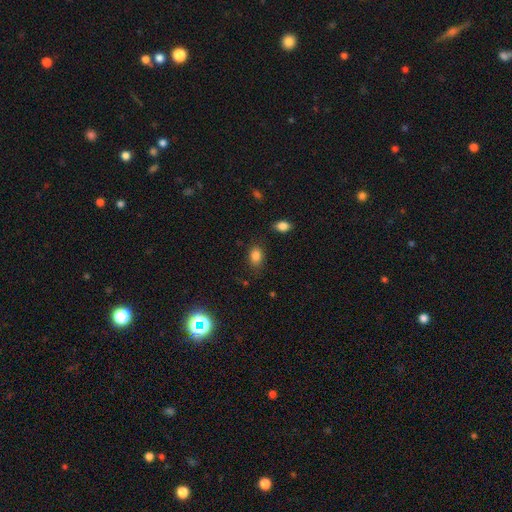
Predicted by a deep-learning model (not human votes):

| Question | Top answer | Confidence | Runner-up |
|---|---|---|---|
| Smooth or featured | smooth | 83% | star or artifact (11%) |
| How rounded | in between | 78% | round (21%) |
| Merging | none | 76% | minor disturbance (17%) |